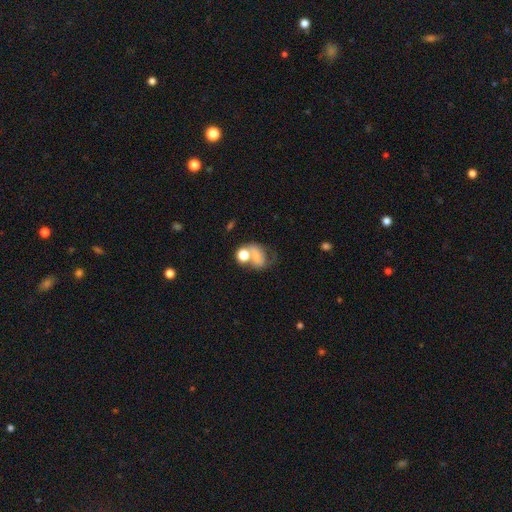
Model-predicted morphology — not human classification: Smooth or featured: smooth — 55% (featured or disk — 32%)
How rounded: in between — 52% (round — 47%)
Merging: merger — 41% (none — 28%)